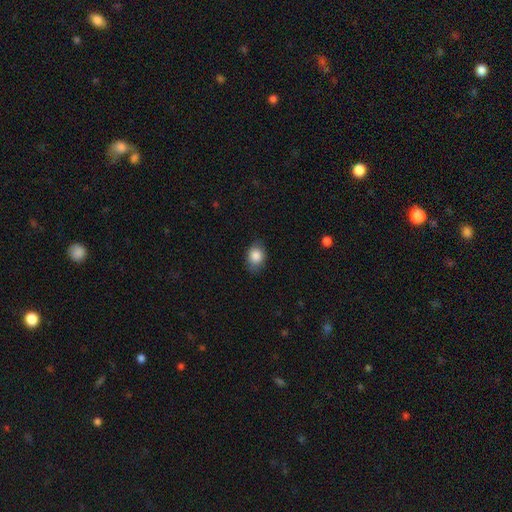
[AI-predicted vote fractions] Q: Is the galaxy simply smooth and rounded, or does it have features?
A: smooth — 86%.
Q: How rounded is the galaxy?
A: in between — 57%.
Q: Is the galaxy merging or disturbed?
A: none — 76%.